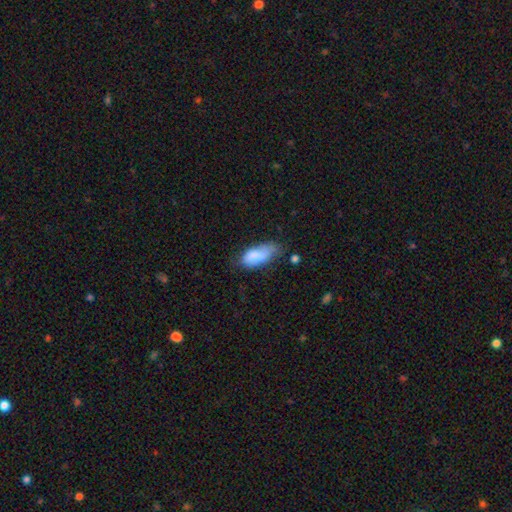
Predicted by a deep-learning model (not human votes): Smooth or featured? smooth (80%)
How rounded? in between (90%)
Merging? minor disturbance (40%)